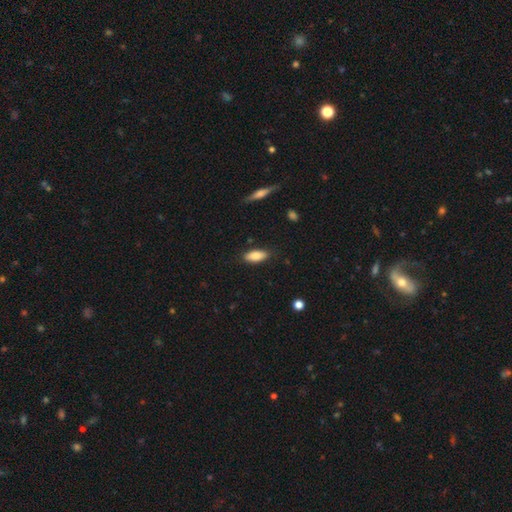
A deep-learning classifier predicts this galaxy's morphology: smooth-or-featured: smooth: 84% | featured or disk: 9% | star or artifact: 6%
  how-rounded: in between: 81% | cigar-shaped: 17% | round: 2%
  merging: none: 84% | minor disturbance: 12% | major disturbance: 3% | merger: 1%